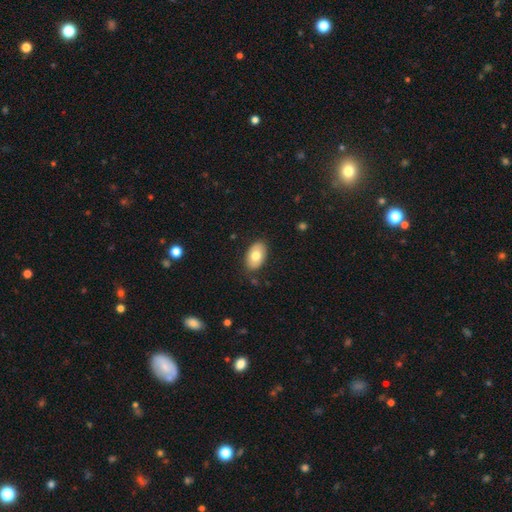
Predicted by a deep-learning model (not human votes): The model was most divided on "smooth or featured": smooth: 76%, featured or disk: 17%, star or artifact: 7%. More confident: how rounded — in between (91%); merging — none (84%).